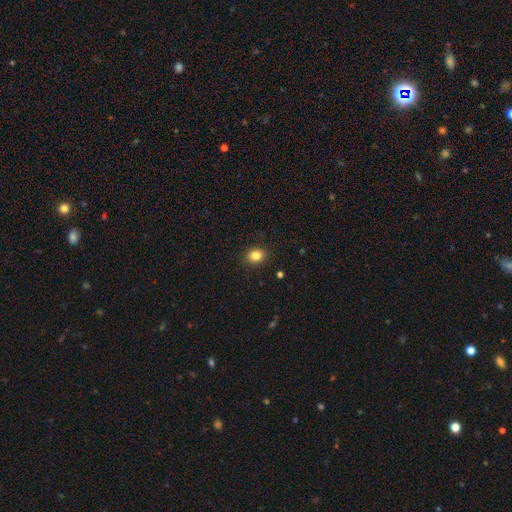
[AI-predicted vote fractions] smooth 84%, star or artifact 10%, featured or disk 6%. Down the decision tree: how rounded — in between (54%); merging — none (89%).